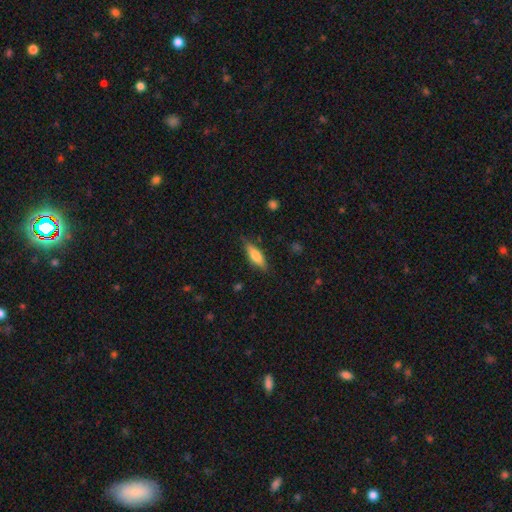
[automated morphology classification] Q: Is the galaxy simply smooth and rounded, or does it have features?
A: smooth — 68%.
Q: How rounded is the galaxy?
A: cigar-shaped — 53%.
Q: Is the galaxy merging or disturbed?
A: none — 81%.